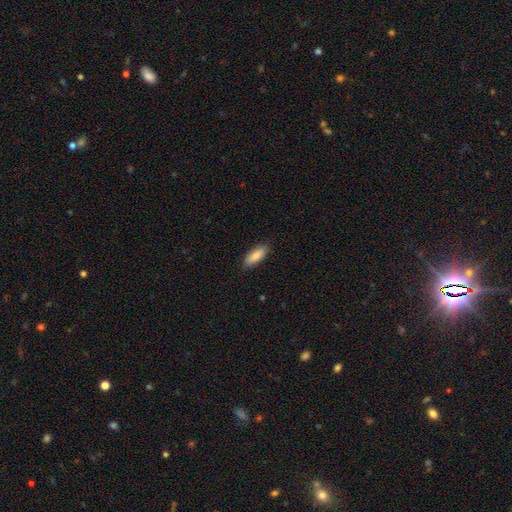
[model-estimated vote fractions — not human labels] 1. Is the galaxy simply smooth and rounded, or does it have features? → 85% smooth, 9% featured or disk, 6% star or artifact.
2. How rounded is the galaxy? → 68% in between, 30% cigar-shaped, 2% round.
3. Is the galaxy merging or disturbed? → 86% none, 11% minor disturbance, 2% major disturbance, 1% merger.